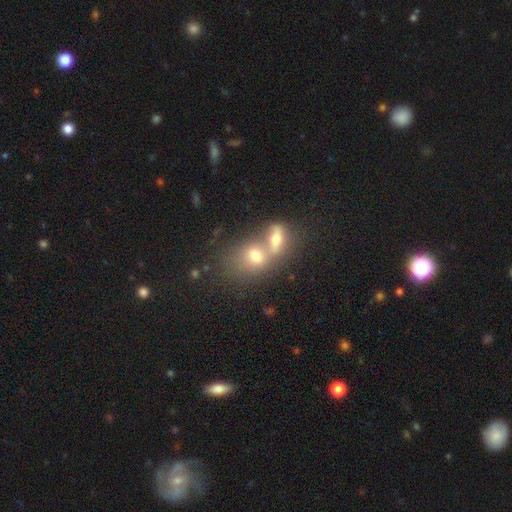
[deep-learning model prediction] Smooth or featured? Predicted: smooth (p=0.58). How rounded? Predicted: round (p=0.50). Merging? Predicted: merger (p=0.73).